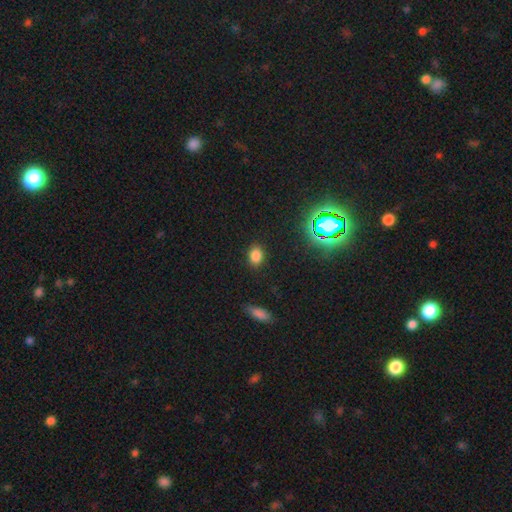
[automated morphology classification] Smooth or featured?
  - smooth: 80% *
  - star or artifact: 15%
  - featured or disk: 5%
How rounded?
  - in between: 65% *
  - round: 33%
  - cigar-shaped: 2%
Merging?
  - none: 87% *
  - minor disturbance: 9%
  - major disturbance: 3%
  - merger: 1%